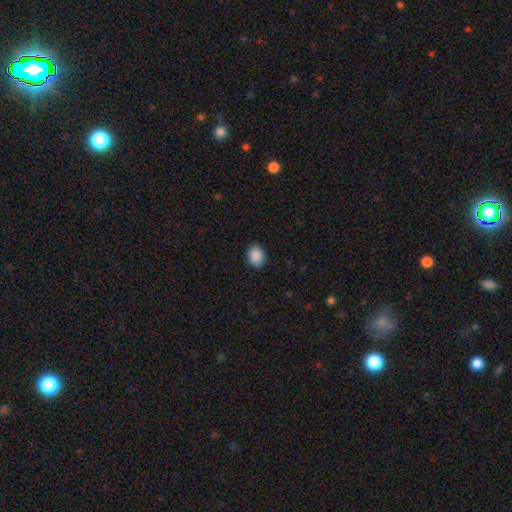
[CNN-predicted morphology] smooth 90%, star or artifact 8%, featured or disk 2%. Down the decision tree: how rounded — round (52%); merging — none (88%).